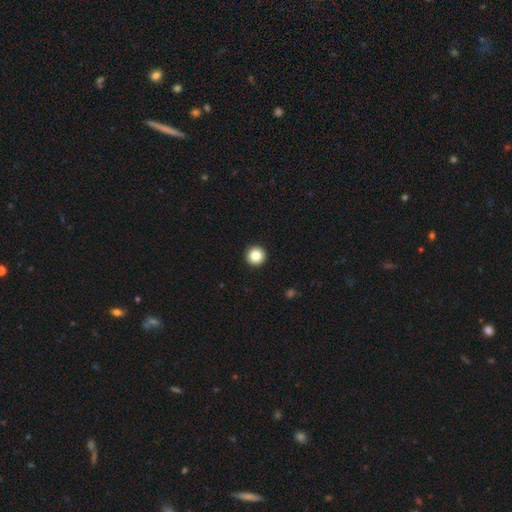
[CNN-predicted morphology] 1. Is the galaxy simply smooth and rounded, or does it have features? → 85% smooth, 9% star or artifact, 6% featured or disk.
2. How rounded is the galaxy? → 97% round, 2% in between, 1% cigar-shaped.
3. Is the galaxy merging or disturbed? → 94% none, 4% minor disturbance, 1% major disturbance, 1% merger.